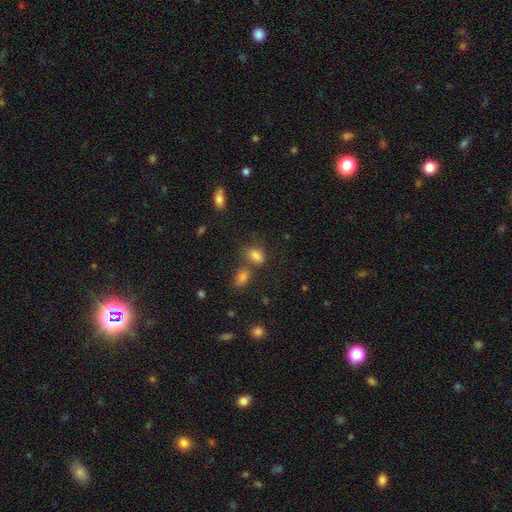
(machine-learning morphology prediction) smooth-or-featured: smooth: 81% | star or artifact: 12% | featured or disk: 7%
  how-rounded: in between: 82% | round: 16% | cigar-shaped: 2%
  merging: none: 49% | merger: 29% | minor disturbance: 15% | major disturbance: 6%